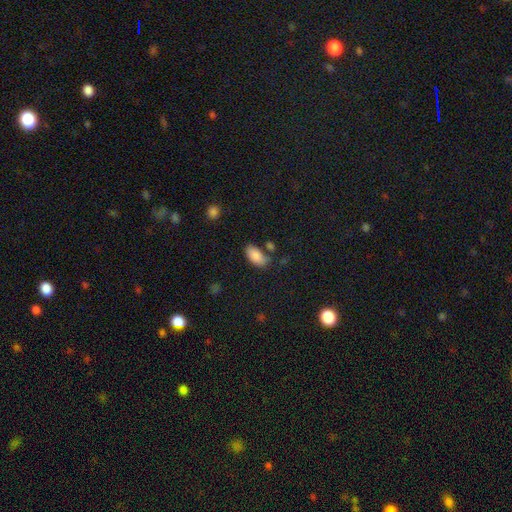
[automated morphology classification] A smooth galaxy with no disk features (87%) that is in between round and cigar-shaped (94%).

Vote fractions:
- Smooth or featured? smooth: 87% / star or artifact: 8% / featured or disk: 6%
- How rounded? in between: 94% / cigar-shaped: 3% / round: 3%
- Merging? none: 64% / minor disturbance: 20% / merger: 11% / major disturbance: 6%